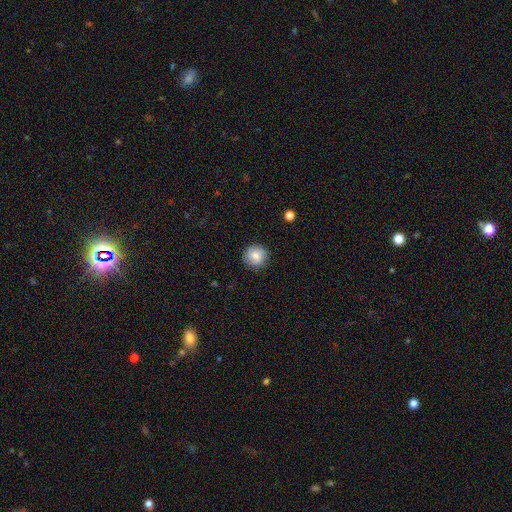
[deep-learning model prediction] Smooth or featured? Predicted: smooth (p=0.81). How rounded? Predicted: round (p=0.94). Merging? Predicted: none (p=0.89).